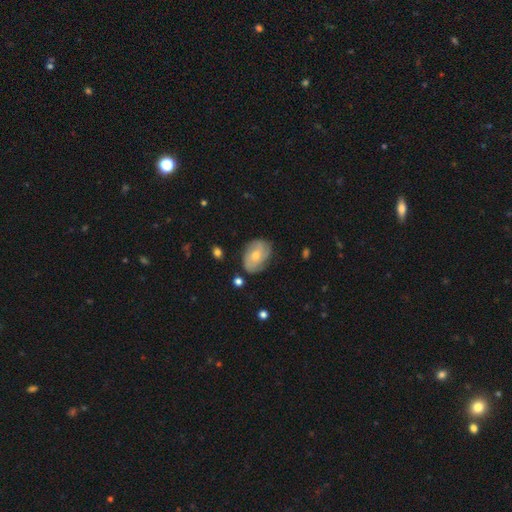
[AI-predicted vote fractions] Smooth or featured?
  - smooth: 48% *
  - featured or disk: 45%
  - star or artifact: 7%
Merging?
  - none: 69% *
  - minor disturbance: 22%
  - major disturbance: 6%
  - merger: 2%